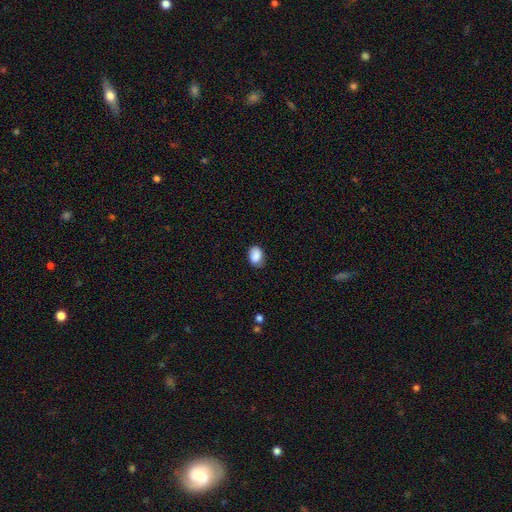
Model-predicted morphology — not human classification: This is clearly a smooth galaxy (86%). How rounded: likely in between (75%). Merging: likely none (74%).